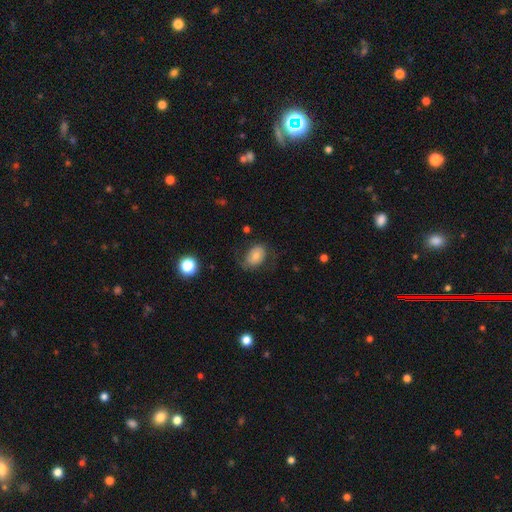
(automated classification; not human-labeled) Overall: smooth (67%). How rounded: in between (77%). Merging: none (62%; minor disturbance 22%).